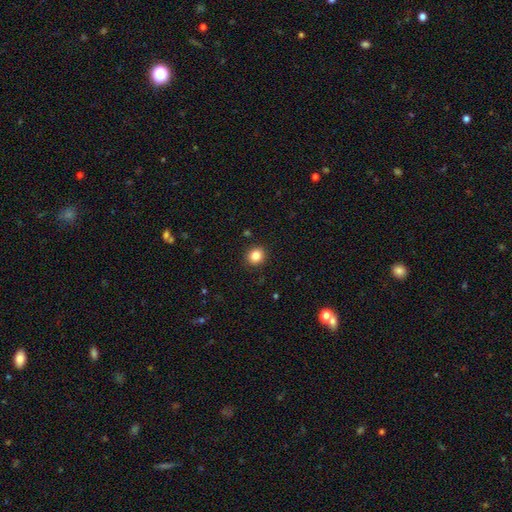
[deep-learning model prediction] Smooth or featured: smooth — 85% (star or artifact — 10%)
How rounded: round — 82% (in between — 17%)
Merging: none — 91% (minor disturbance — 6%)